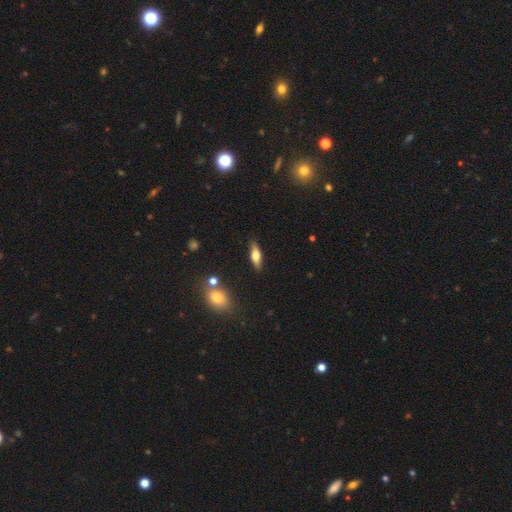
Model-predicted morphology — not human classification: A smooth galaxy with no disk features (49%). Merging: none (86%).